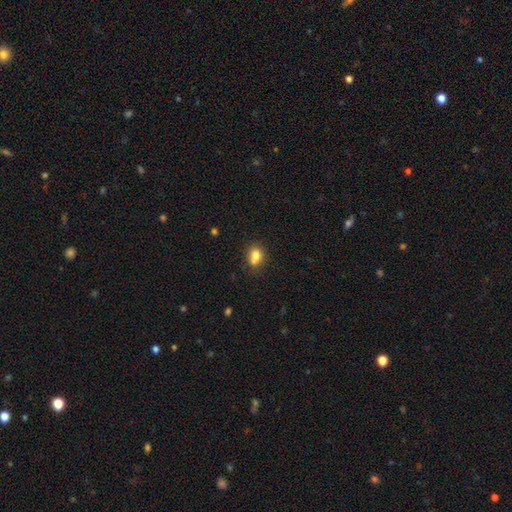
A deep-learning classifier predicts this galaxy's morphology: A smooth galaxy with no disk features (75%) that is round (51%).

Vote fractions:
- Smooth or featured? smooth: 75% / featured or disk: 14% / star or artifact: 11%
- How rounded? round: 51% / in between: 47% / cigar-shaped: 1%
- Merging? none: 49% / merger: 28% / minor disturbance: 18% / major disturbance: 5%